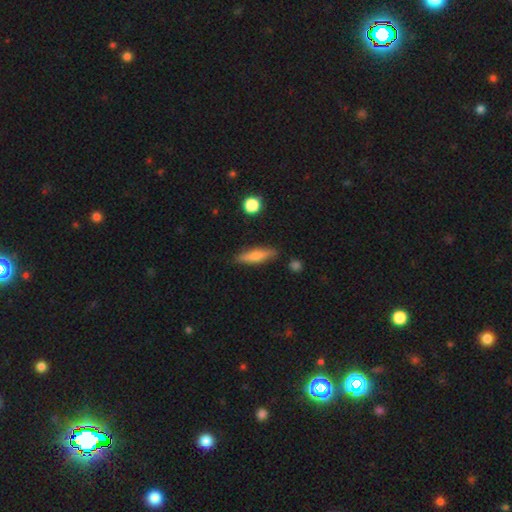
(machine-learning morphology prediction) Smooth or featured? smooth (63%)
How rounded? cigar-shaped (73%)
Merging? none (85%)